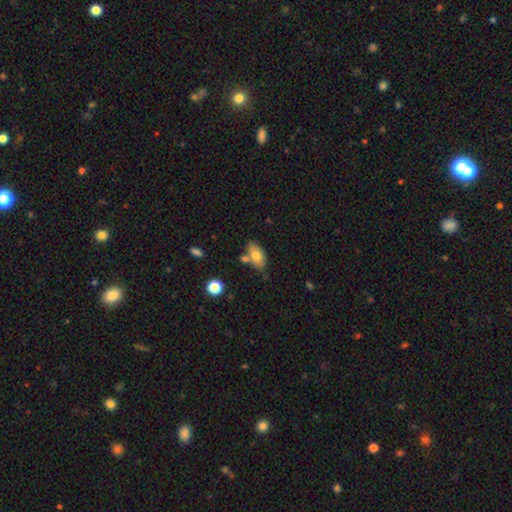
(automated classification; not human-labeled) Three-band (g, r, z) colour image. It shows a smooth galaxy with no disk features (73%) that is in between round and cigar-shaped (90%). Merging: none (63%).